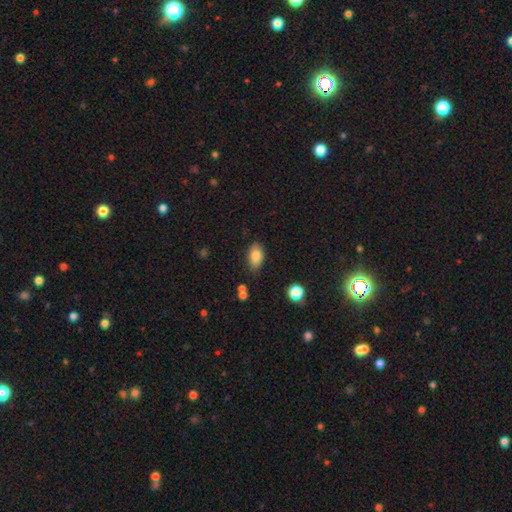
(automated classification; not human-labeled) Q: Smooth or featured?
A: smooth (83%); runner-up: star or artifact (8%)
Q: How rounded?
A: in between (91%); runner-up: round (7%)
Q: Merging?
A: none (78%); runner-up: minor disturbance (16%)